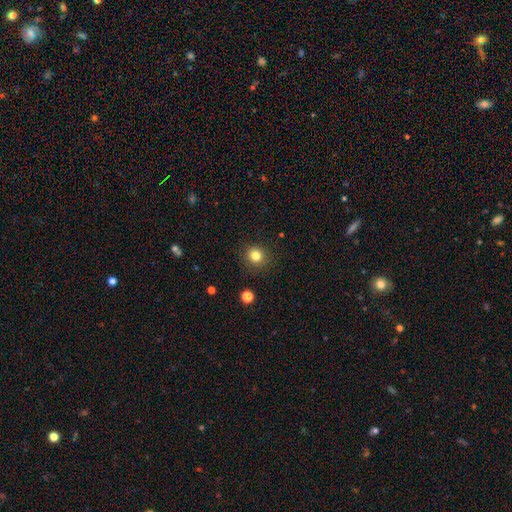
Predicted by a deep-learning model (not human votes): Smooth or featured: smooth — 82% (star or artifact — 12%)
How rounded: round — 88% (in between — 11%)
Merging: none — 90% (minor disturbance — 7%)